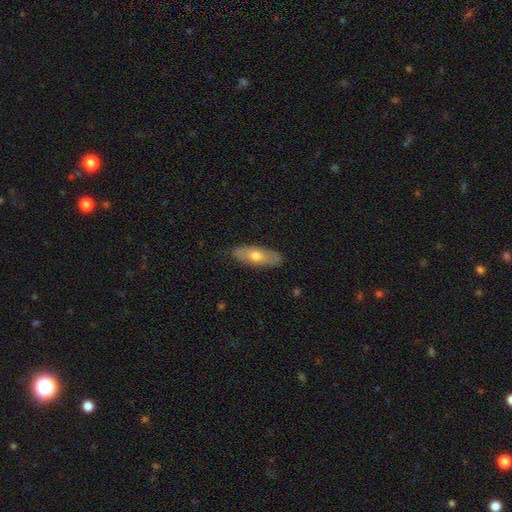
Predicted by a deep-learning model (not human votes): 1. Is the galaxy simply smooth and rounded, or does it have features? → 56% smooth, 38% featured or disk, 6% star or artifact.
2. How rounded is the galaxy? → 65% in between, 32% cigar-shaped, 3% round.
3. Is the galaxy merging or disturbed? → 86% none, 11% minor disturbance, 2% major disturbance, 1% merger.